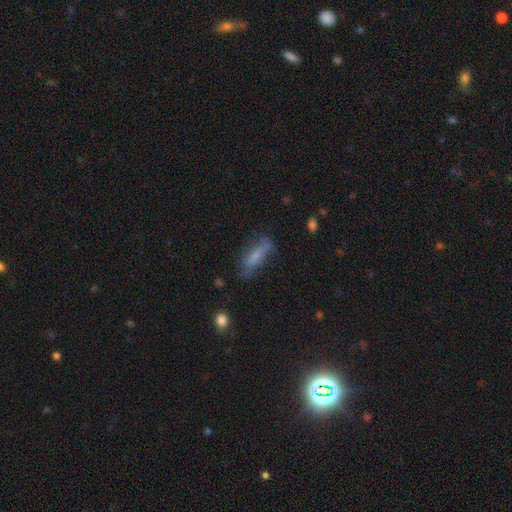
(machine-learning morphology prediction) Q: Smooth or featured?
A: smooth (58%); runner-up: featured or disk (32%)
Q: How rounded?
A: cigar-shaped (54%); runner-up: in between (43%)
Q: Merging?
A: none (59%); runner-up: minor disturbance (26%)